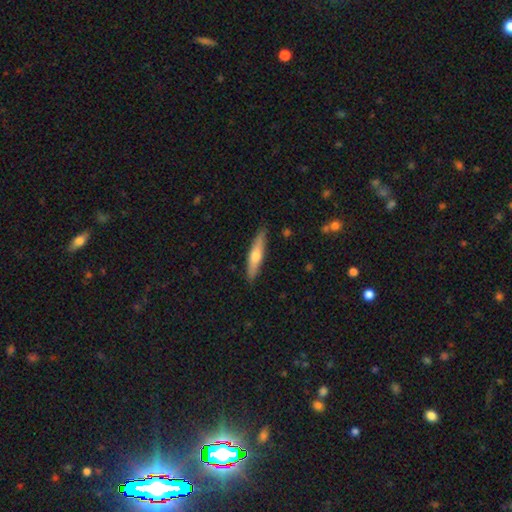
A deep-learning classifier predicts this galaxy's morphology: Overall: smooth (50%; featured or disk 44%). How rounded: cigar-shaped (86%). Merging: none (89%).